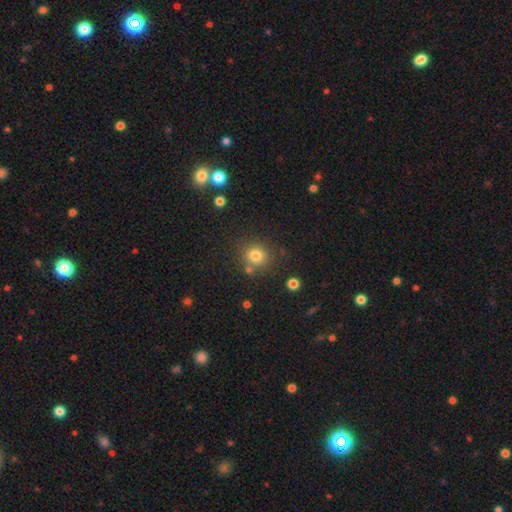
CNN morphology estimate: smooth_or_featured: smooth (p=0.79) [alt: star or artifact p=0.14]
how_rounded: round (p=0.87) [alt: in between p=0.12]
merging: none (p=0.76) [alt: minor disturbance p=0.10]